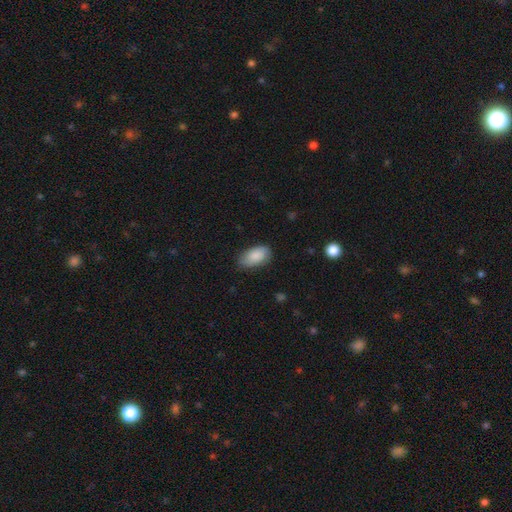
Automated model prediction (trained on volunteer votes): Smooth or featured?
  - smooth: 85% *
  - featured or disk: 9%
  - star or artifact: 6%
How rounded?
  - in between: 94% *
  - round: 3%
  - cigar-shaped: 3%
Merging?
  - none: 78% *
  - minor disturbance: 18%
  - major disturbance: 3%
  - merger: 1%